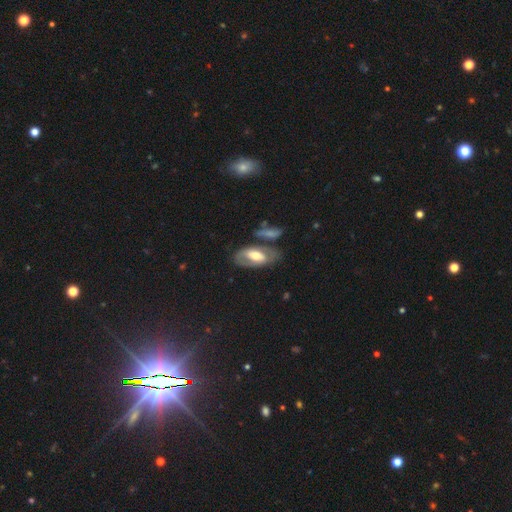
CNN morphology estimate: Overall: featured or disk (54%; smooth 40%). Edge-on disk: no (86%). Merging: none (61%).